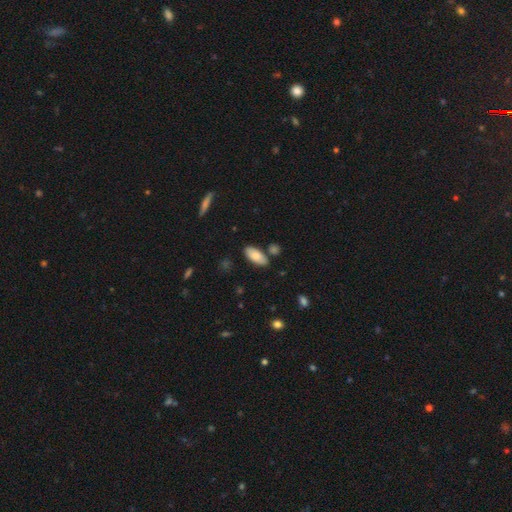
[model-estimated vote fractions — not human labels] Smooth or featured? smooth (80%)
How rounded? in between (89%)
Merging? none (78%)